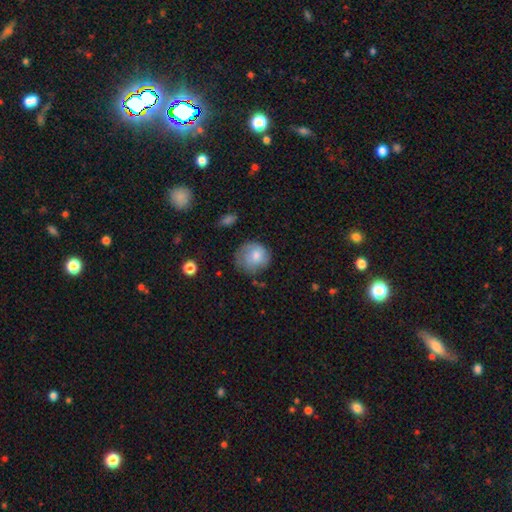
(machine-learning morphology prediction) Smooth or featured?
  - smooth: 76% *
  - featured or disk: 17%
  - star or artifact: 7%
How rounded?
  - round: 84% *
  - in between: 15%
  - cigar-shaped: 1%
Merging?
  - none: 57% *
  - minor disturbance: 29%
  - major disturbance: 11%
  - merger: 2%